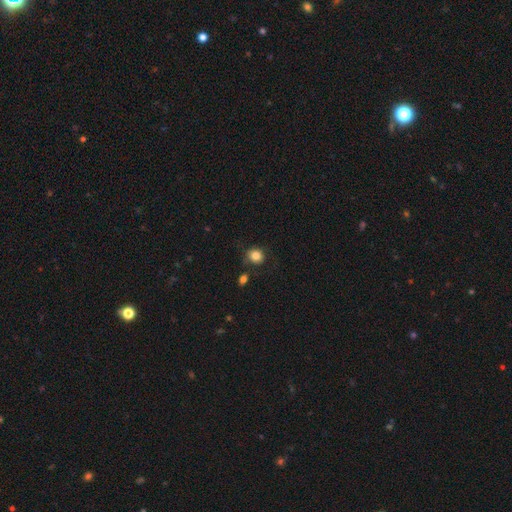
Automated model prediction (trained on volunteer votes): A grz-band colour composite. It shows a smooth galaxy with no disk features (84%) that is round (77%). Merging: none (74%).